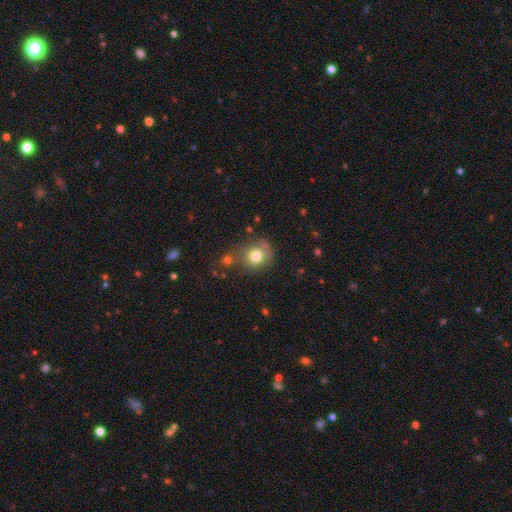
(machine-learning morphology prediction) Smooth or featured? smooth (77%)
How rounded? round (82%)
Merging? none (62%)